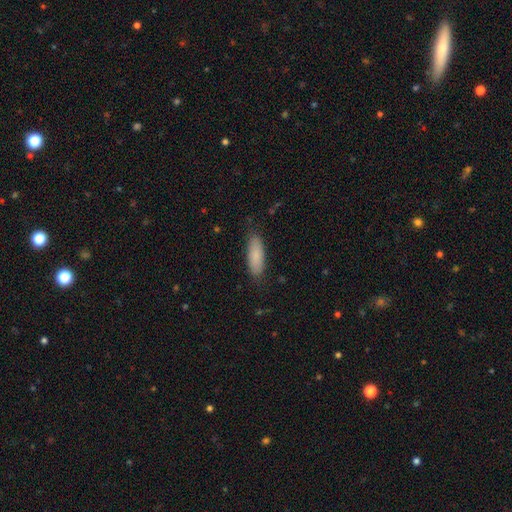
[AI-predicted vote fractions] smooth_or_featured: smooth (p=0.85) [alt: featured or disk p=0.09]
how_rounded: in between (p=0.59) [alt: cigar-shaped p=0.39]
merging: none (p=0.83) [alt: minor disturbance p=0.13]